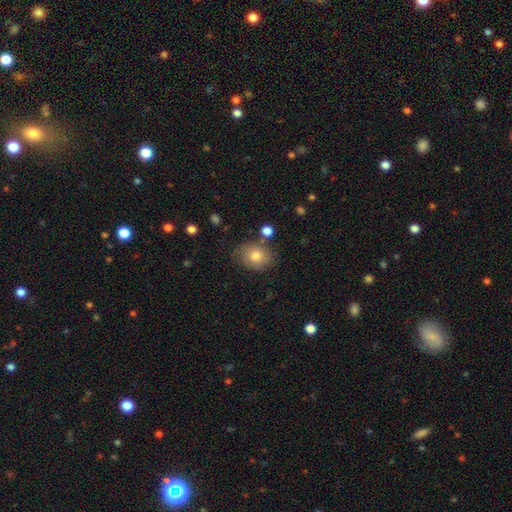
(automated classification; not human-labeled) smooth_or_featured: smooth (p=0.78) [alt: featured or disk p=0.13]
how_rounded: in between (p=0.54) [alt: round p=0.45]
merging: none (p=0.72) [alt: minor disturbance p=0.18]